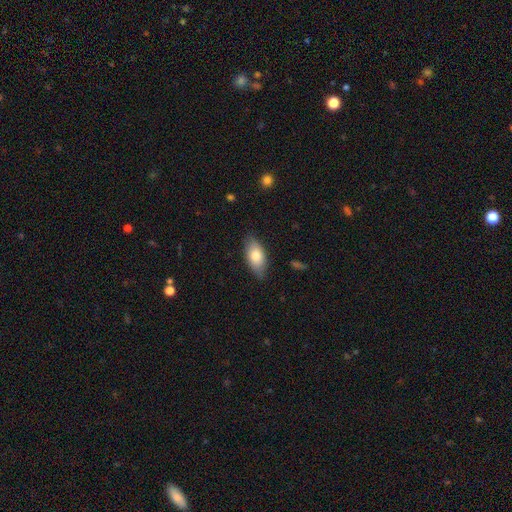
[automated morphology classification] Overall: smooth (76%). How rounded: in between (90%). Merging: none (80%).